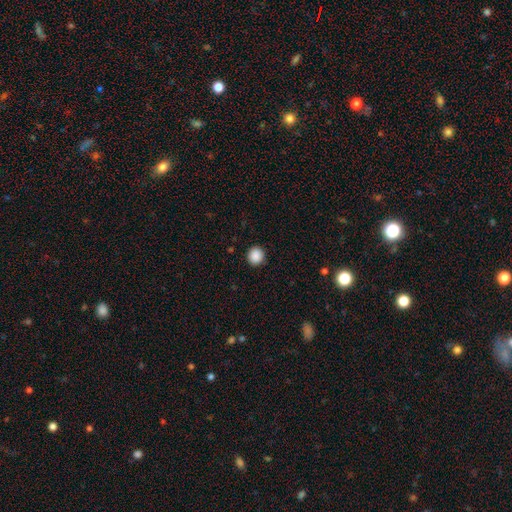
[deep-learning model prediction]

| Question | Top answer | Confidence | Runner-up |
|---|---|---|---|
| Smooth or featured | smooth | 89% | star or artifact (9%) |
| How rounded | round | 91% | in between (8%) |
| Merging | none | 92% | minor disturbance (6%) |